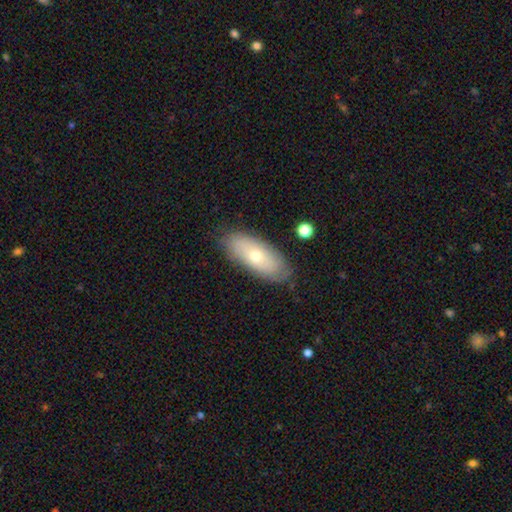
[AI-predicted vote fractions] smooth-or-featured: smooth: 60% | featured or disk: 33% | star or artifact: 7%
  how-rounded: in between: 82% | cigar-shaped: 15% | round: 3%
  merging: none: 82% | minor disturbance: 14% | major disturbance: 3% | merger: 2%